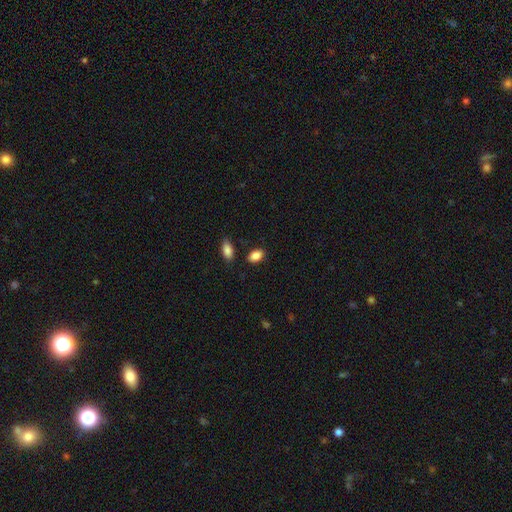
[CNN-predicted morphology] This appears to be a smooth galaxy with no disk features (88%) that is in between round and cigar-shaped (88%). Merging: none (82%).